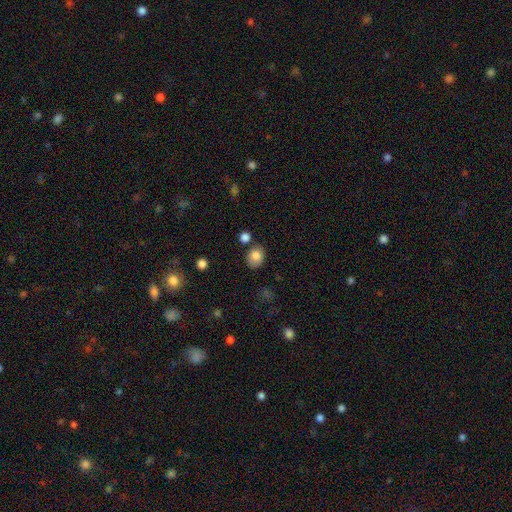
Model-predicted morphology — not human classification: Smooth or featured? Predicted: smooth (p=0.82). How rounded? Predicted: in between (p=0.51). Merging? Predicted: none (p=0.72).